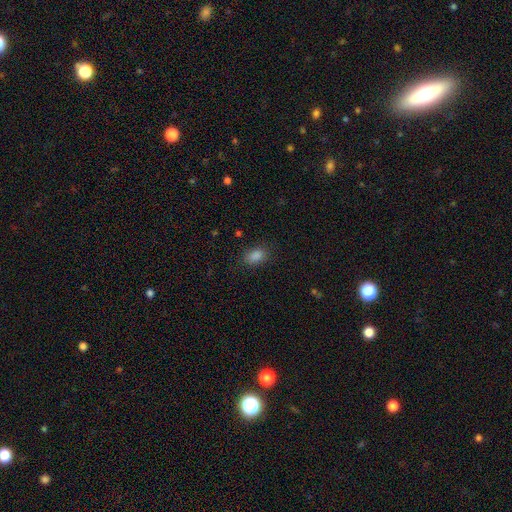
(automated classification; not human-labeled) This appears to be a smooth galaxy with no disk features (85%) that is in between round and cigar-shaped (86%). Merging: none (85%).